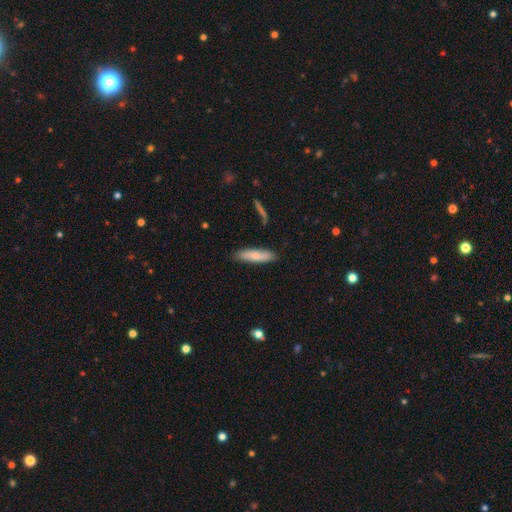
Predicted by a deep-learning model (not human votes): Overall: smooth (72%). How rounded: cigar-shaped (63%; in between 35%). Merging: none (83%).